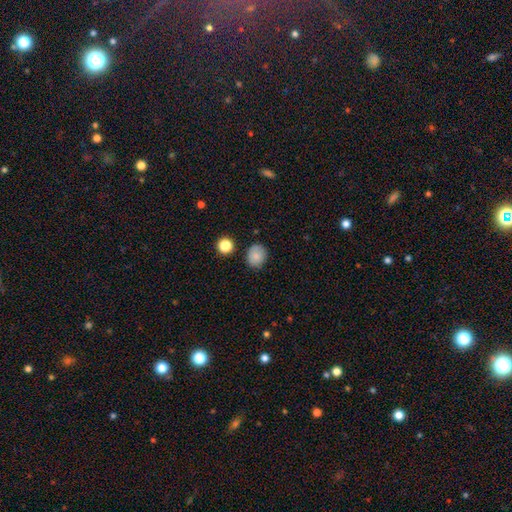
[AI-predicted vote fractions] Smooth or featured?
  - smooth: 84% *
  - star or artifact: 10%
  - featured or disk: 6%
How rounded?
  - round: 61% *
  - in between: 38%
  - cigar-shaped: 1%
Merging?
  - none: 81% *
  - minor disturbance: 13%
  - major disturbance: 3%
  - merger: 3%